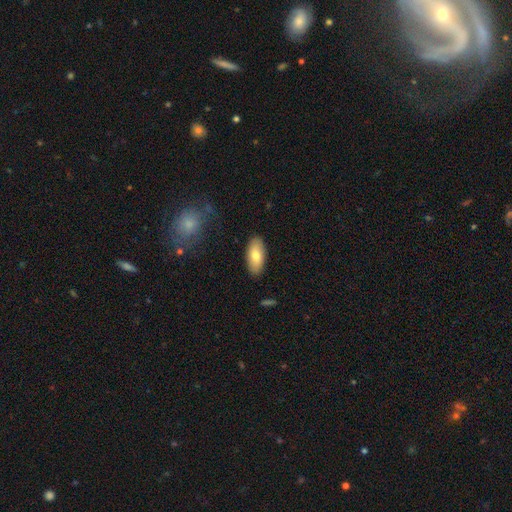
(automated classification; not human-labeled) Smooth or featured?
  - smooth: 76% *
  - featured or disk: 18%
  - star or artifact: 6%
How rounded?
  - in between: 90% *
  - cigar-shaped: 8%
  - round: 3%
Merging?
  - none: 87% *
  - minor disturbance: 9%
  - major disturbance: 2%
  - merger: 1%